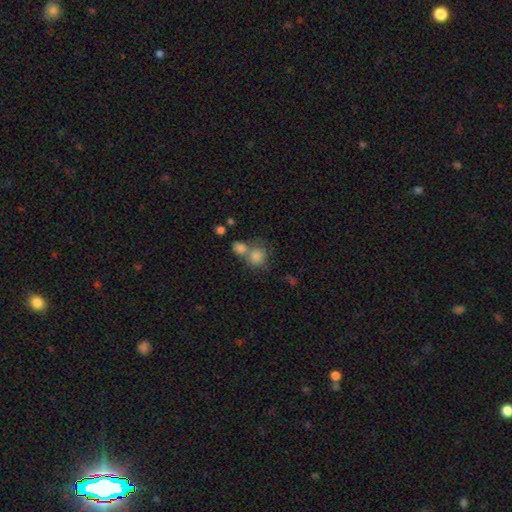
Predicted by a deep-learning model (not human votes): Smooth or featured? Predicted: smooth (p=0.78). How rounded? Predicted: round (p=0.75). Merging? Predicted: merger (p=0.44).